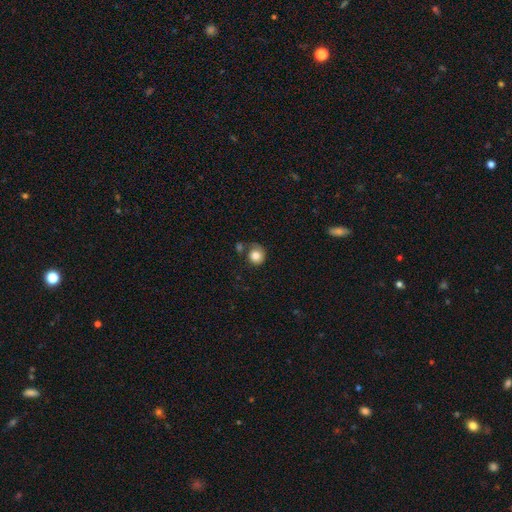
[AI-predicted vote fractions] smooth 80%, featured or disk 12%, star or artifact 8%. Down the decision tree: how rounded — round (85%); merging — none (57%).